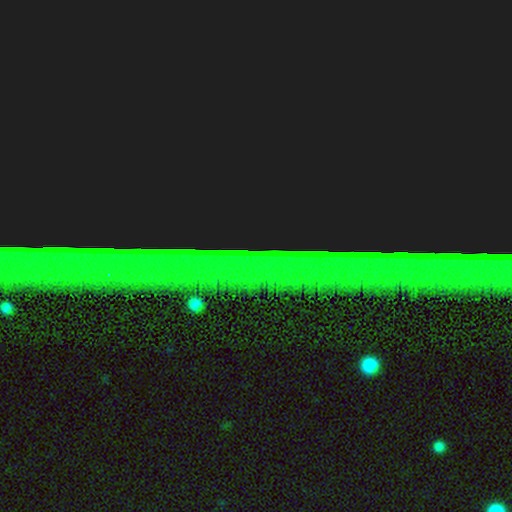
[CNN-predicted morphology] star or artifact 83%, smooth 9%, featured or disk 8%.